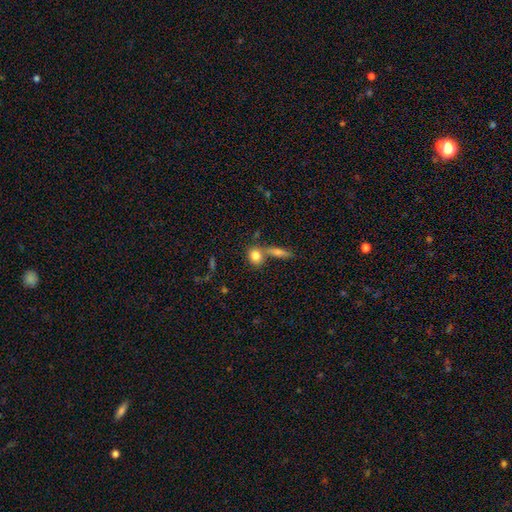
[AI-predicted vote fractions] This is likely a smooth galaxy (80%). How rounded: possibly round (60%). Merging: possibly none (57%).